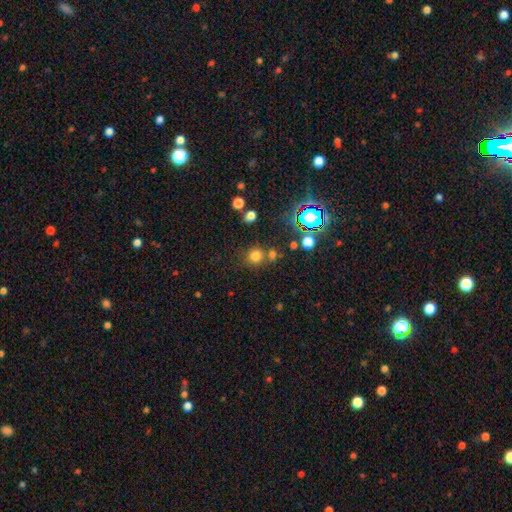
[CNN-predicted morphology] smooth_or_featured: smooth (p=0.73) [alt: star or artifact p=0.21]
how_rounded: round (p=0.85) [alt: in between p=0.13]
merging: none (p=0.69) [alt: merger p=0.16]